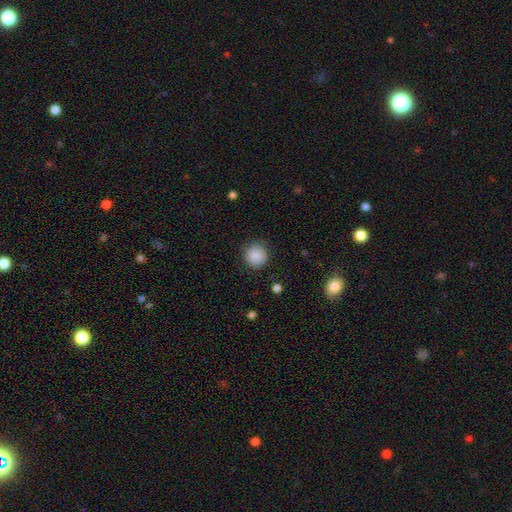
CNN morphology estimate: Smooth or featured? smooth (88%)
How rounded? round (94%)
Merging? none (88%)